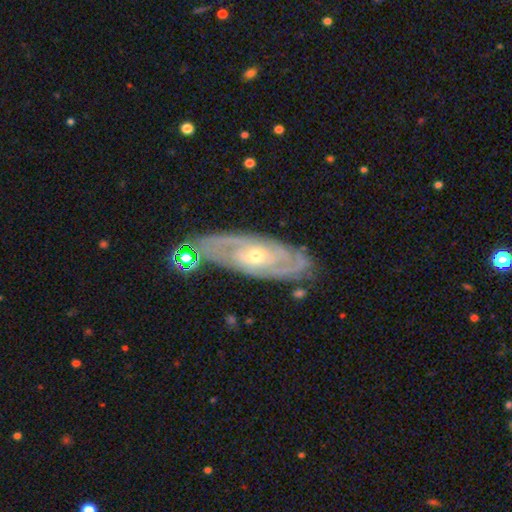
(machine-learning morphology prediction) This appears to be a featured or disk galaxy (85%) with no bar (66%), 2 (47%) tight (59%) spiral arms (91%) and a small central bulge (57%). Merging: none (78%).